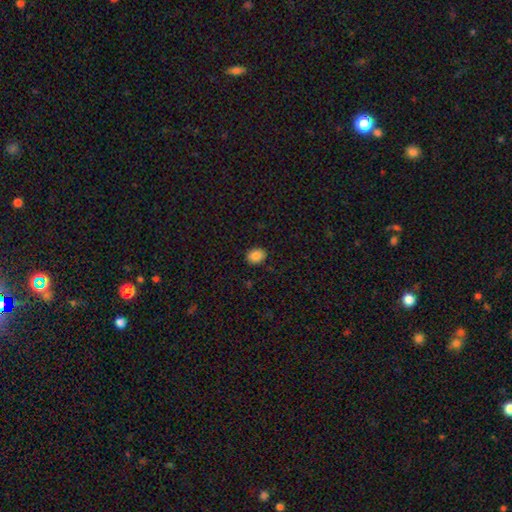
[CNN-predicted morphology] smooth 86%, star or artifact 9%, featured or disk 5%. Down the decision tree: how rounded — in between (55%); merging — none (88%).